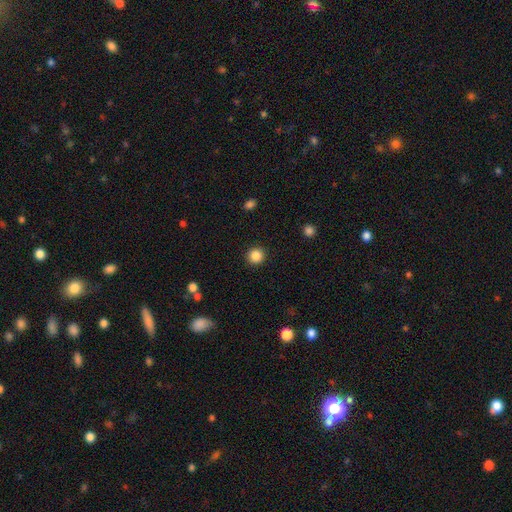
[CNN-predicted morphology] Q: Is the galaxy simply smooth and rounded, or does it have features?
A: smooth — 86%.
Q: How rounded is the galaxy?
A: round — 93%.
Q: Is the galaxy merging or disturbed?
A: none — 92%.